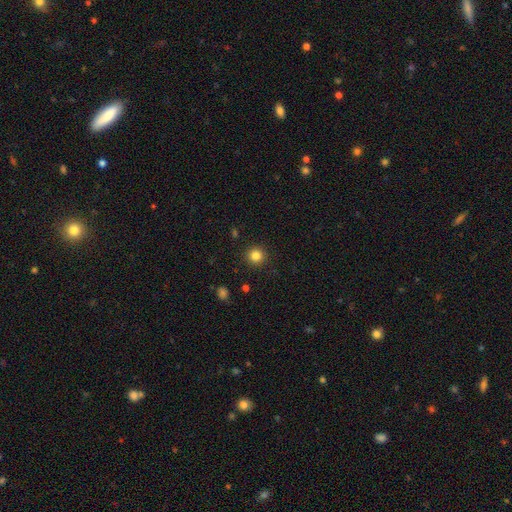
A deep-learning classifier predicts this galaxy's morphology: A smooth galaxy with no disk features (83%) that is round (95%). Merging: none (92%).